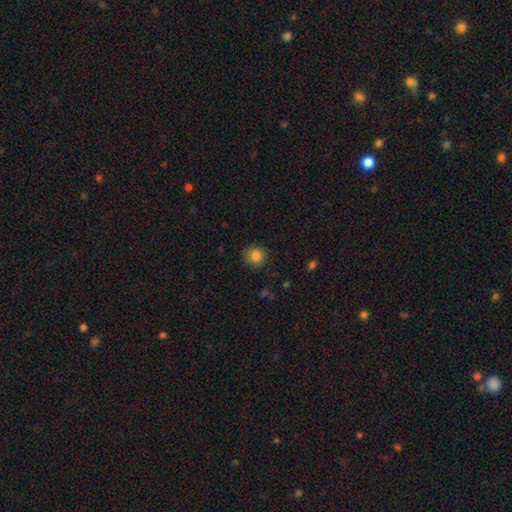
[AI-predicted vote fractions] This appears to be a smooth galaxy with no disk features (85%) that is round (91%). Merging: none (87%).